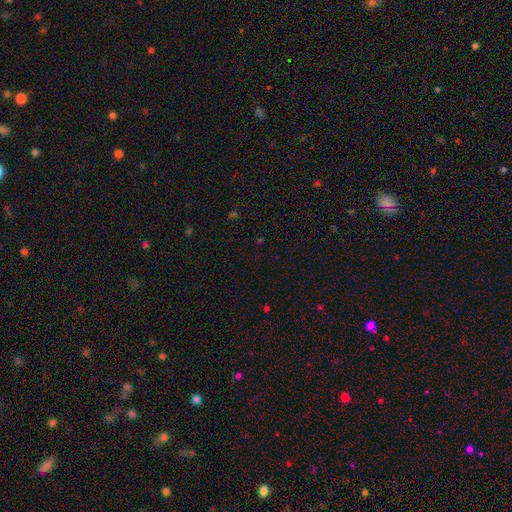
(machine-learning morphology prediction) Q: Smooth or featured?
A: star or artifact (63%); runner-up: smooth (29%)